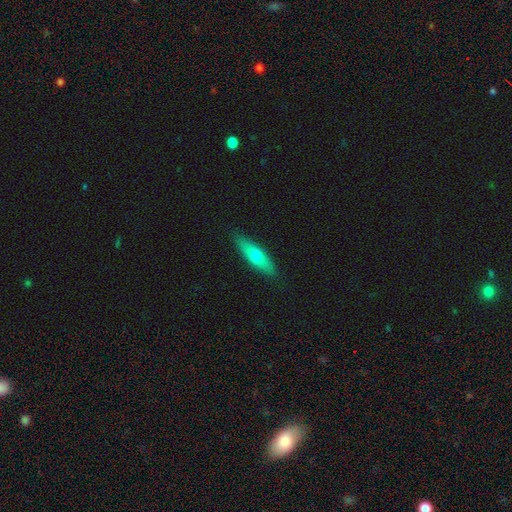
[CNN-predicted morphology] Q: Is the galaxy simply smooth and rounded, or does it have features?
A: smooth — 60%.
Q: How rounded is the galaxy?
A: cigar-shaped — 57%.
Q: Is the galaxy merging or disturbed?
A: none — 88%.